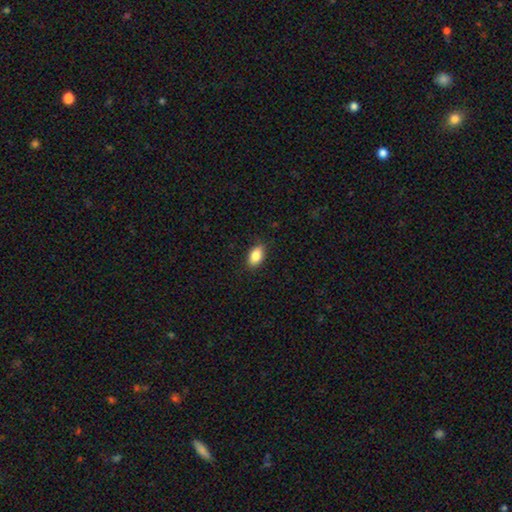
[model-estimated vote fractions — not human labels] Q: Smooth or featured?
A: smooth (85%); runner-up: star or artifact (8%)
Q: How rounded?
A: in between (90%); runner-up: round (8%)
Q: Merging?
A: none (88%); runner-up: minor disturbance (9%)